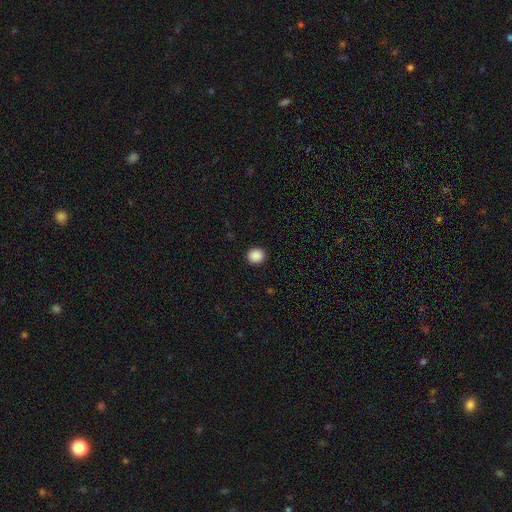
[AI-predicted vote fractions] smooth_or_featured: smooth (p=0.89) [alt: star or artifact p=0.09]
how_rounded: round (p=0.87) [alt: in between p=0.12]
merging: none (p=0.93) [alt: minor disturbance p=0.05]